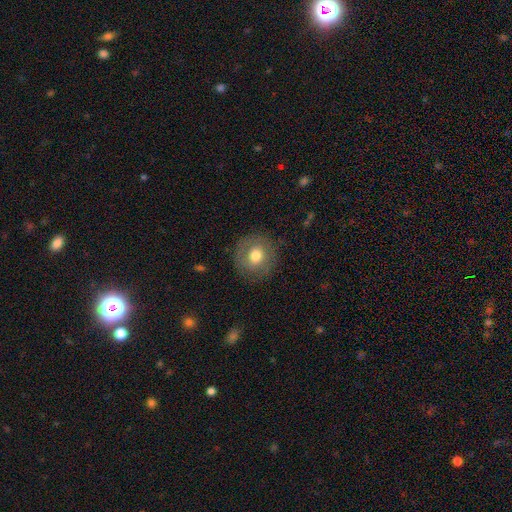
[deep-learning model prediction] A smooth galaxy with no disk features (67%) that is round (91%). Merging: none (84%).